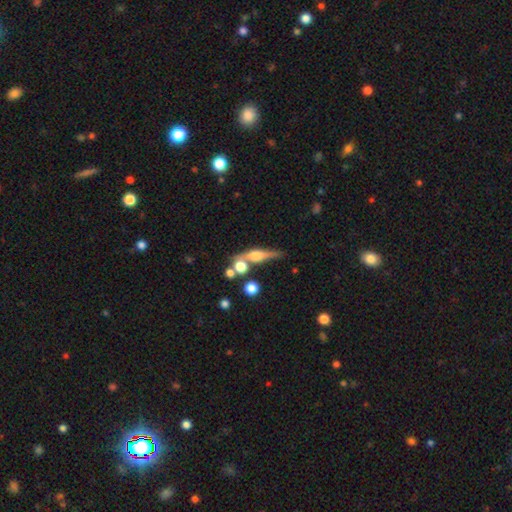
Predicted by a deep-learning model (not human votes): This appears to be a featured or disk galaxy (58%) viewed edge-on (88%) with a rounded central bulge (84%). Merging: none (57%).